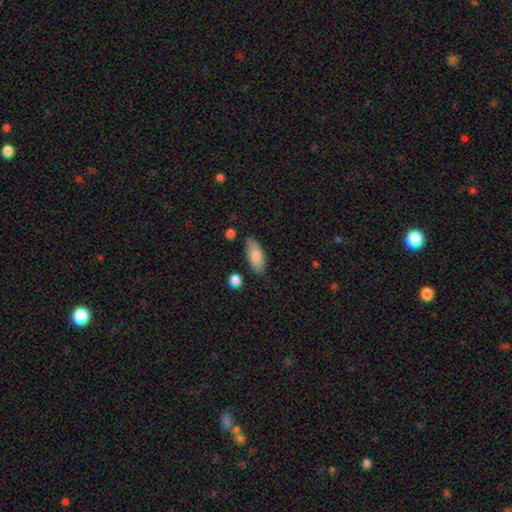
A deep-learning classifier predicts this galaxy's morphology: Overall: smooth (80%). How rounded: in between (85%). Merging: none (83%).